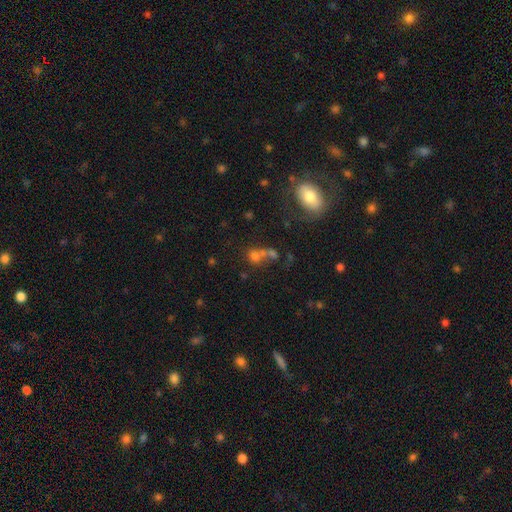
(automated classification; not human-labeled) A smooth galaxy with no disk features (64%) that is round (70%).

Vote fractions:
- Smooth or featured? smooth: 64% / star or artifact: 21% / featured or disk: 15%
- How rounded? round: 70% / in between: 29% / cigar-shaped: 2%
- Merging? merger: 47% / none: 37% / minor disturbance: 9% / major disturbance: 8%